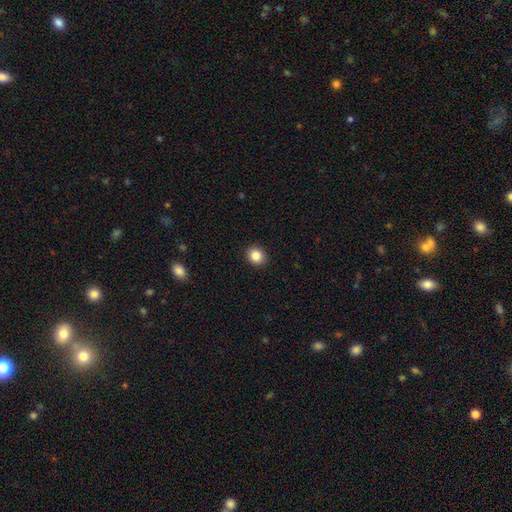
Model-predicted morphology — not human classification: The model was most divided on "how rounded": round: 77%, in between: 22%, cigar-shaped: 1%. More confident: merging — none (92%); smooth or featured — smooth (85%).